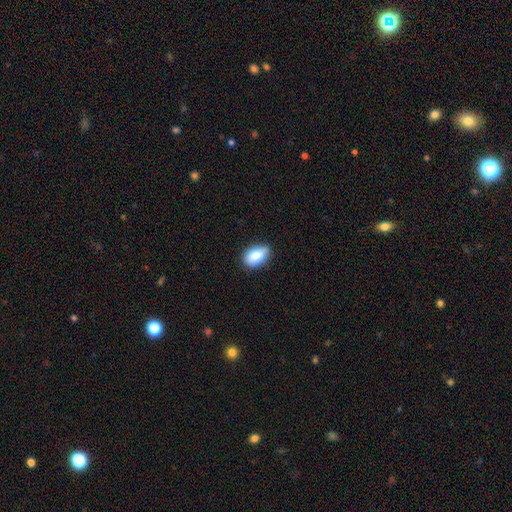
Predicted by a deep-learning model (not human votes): Smooth or featured?
  - smooth: 84% *
  - featured or disk: 8%
  - star or artifact: 8%
How rounded?
  - in between: 89% *
  - round: 9%
  - cigar-shaped: 2%
Merging?
  - none: 78% *
  - minor disturbance: 18%
  - major disturbance: 3%
  - merger: 1%